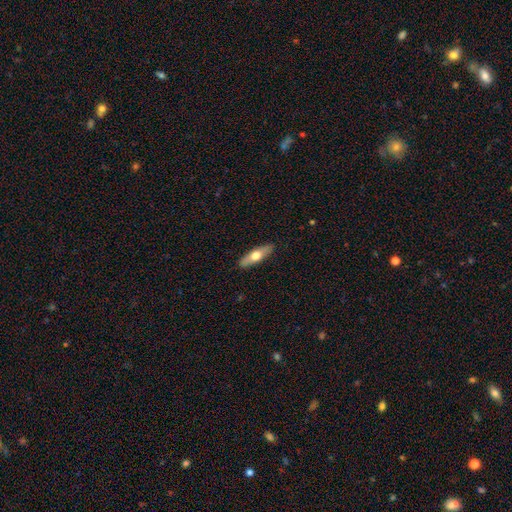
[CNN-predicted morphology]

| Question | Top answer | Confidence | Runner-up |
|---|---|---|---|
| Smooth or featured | smooth | 55% | featured or disk (40%) |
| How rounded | cigar-shaped | 58% | in between (39%) |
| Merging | none | 89% | minor disturbance (8%) |